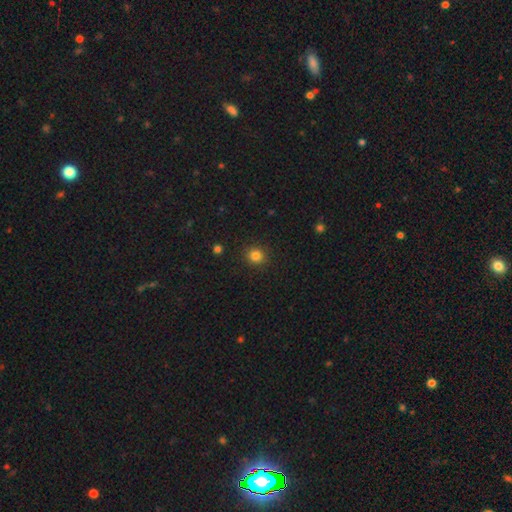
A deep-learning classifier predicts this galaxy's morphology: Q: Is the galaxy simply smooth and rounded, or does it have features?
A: smooth — 83%.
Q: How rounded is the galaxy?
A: round — 84%.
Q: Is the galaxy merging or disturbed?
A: none — 90%.